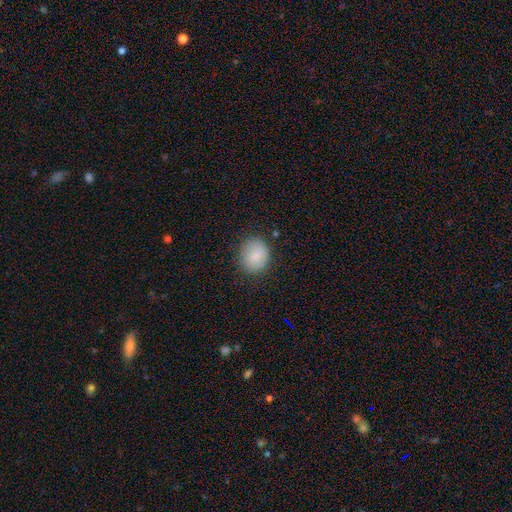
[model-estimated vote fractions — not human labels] Morphology: type=smooth (84%); roundness=round (73%); merging=none (81%).